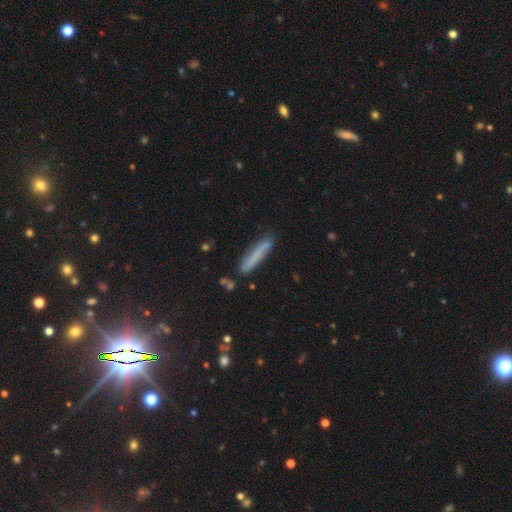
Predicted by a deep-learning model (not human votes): smooth 70%, featured or disk 22%, star or artifact 8%. Down the decision tree: how rounded — cigar-shaped (92%); merging — none (80%).